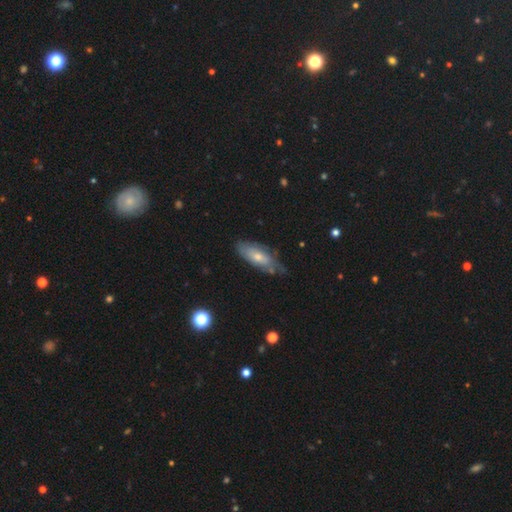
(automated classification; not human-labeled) This appears to be a smooth galaxy with no disk features (47%). Merging: none (65%).